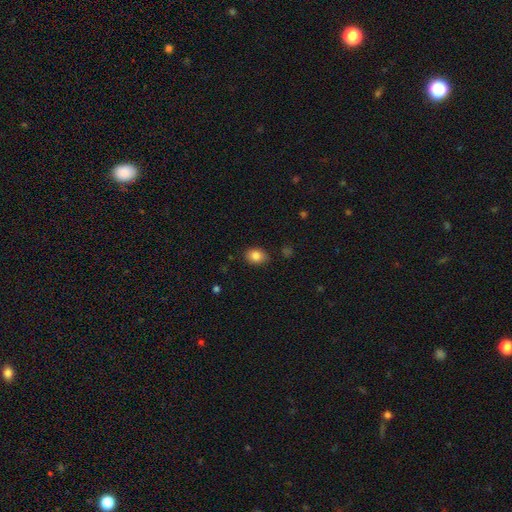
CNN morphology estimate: A smooth galaxy with no disk features (85%) that is in between round and cigar-shaped (59%).

Vote fractions:
- Smooth or featured? smooth: 85% / star or artifact: 9% / featured or disk: 6%
- How rounded? in between: 59% / round: 40% / cigar-shaped: 1%
- Merging? none: 83% / minor disturbance: 13% / major disturbance: 3% / merger: 1%